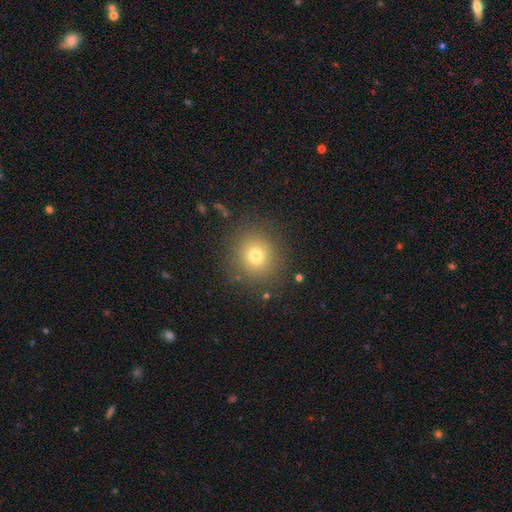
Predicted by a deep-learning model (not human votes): Smooth or featured? Predicted: smooth (p=0.73). How rounded? Predicted: round (p=0.91). Merging? Predicted: none (p=0.86).